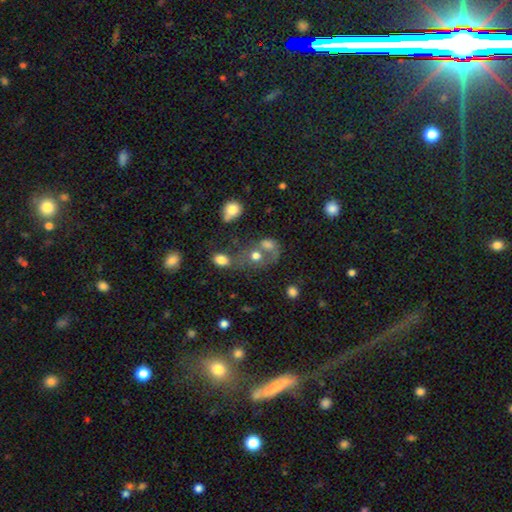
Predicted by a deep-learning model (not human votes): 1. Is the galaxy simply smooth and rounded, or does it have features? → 63% smooth, 21% featured or disk, 16% star or artifact.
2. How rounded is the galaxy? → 58% round, 40% in between, 1% cigar-shaped.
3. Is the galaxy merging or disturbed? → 45% merger, 28% none, 15% major disturbance, 12% minor disturbance.